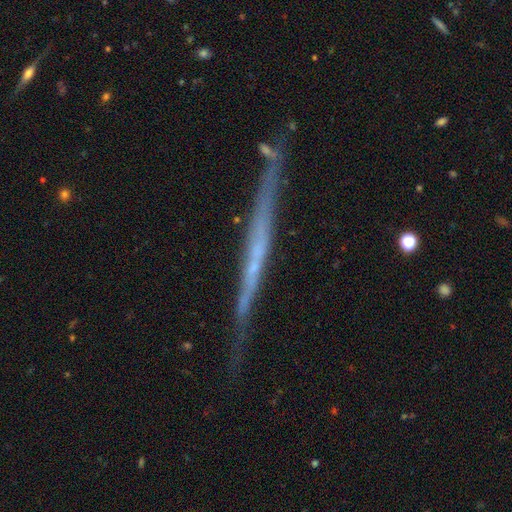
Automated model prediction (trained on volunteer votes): The model was most divided on "smooth or featured": featured or disk: 69%, smooth: 24%, star or artifact: 7%. More confident: edge-on disk — yes (96%); edge-on bulge — none (86%); merging — none (79%).